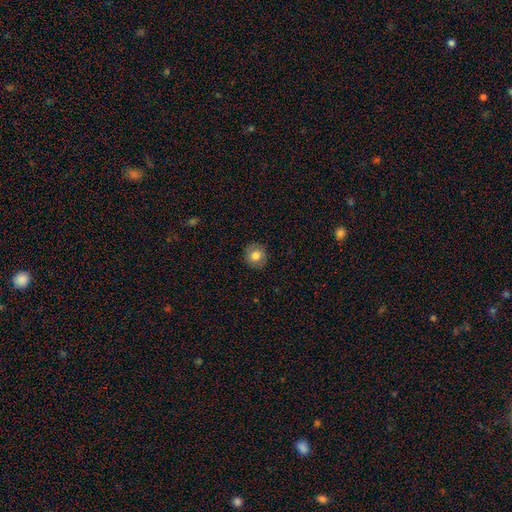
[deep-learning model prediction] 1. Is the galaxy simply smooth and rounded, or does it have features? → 78% smooth, 13% featured or disk, 9% star or artifact.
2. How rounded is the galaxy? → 88% round, 11% in between, 1% cigar-shaped.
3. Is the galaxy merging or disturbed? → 89% none, 8% minor disturbance, 2% major disturbance, 1% merger.